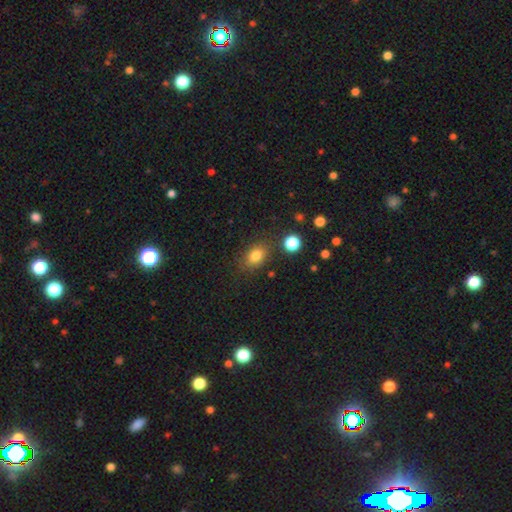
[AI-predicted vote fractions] Smooth or featured? smooth (80%)
How rounded? in between (71%)
Merging? none (78%)